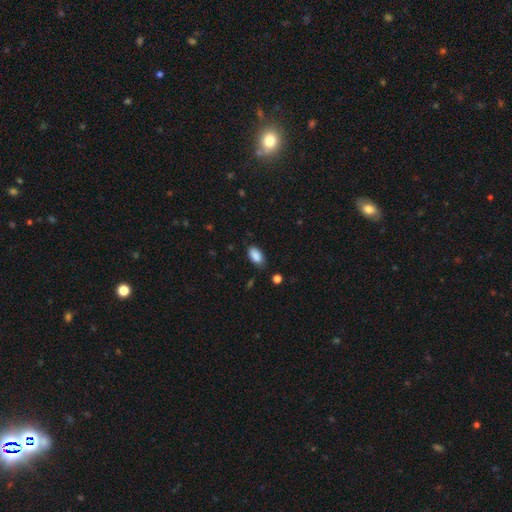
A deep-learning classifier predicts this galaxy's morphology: The model was most divided on "merging": none: 76%, minor disturbance: 19%, major disturbance: 4%, merger: 2%. More confident: how rounded — in between (94%); smooth or featured — smooth (88%).